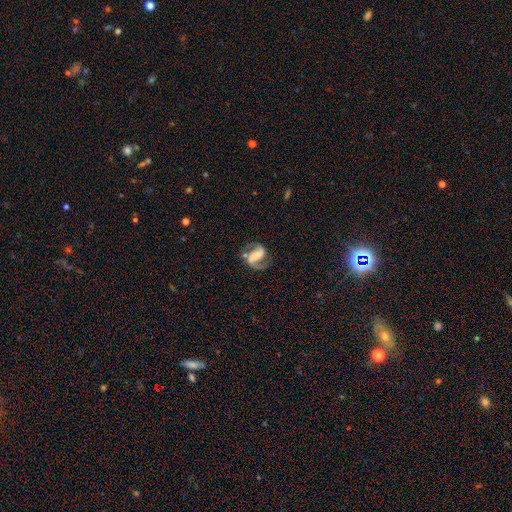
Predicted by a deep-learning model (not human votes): Smooth or featured? Predicted: featured or disk (p=0.85). Edge-on disk? Predicted: no (p=0.97). Bar? Predicted: strong (p=0.50). Spiral arms? Predicted: yes (p=0.95). Spiral winding? Predicted: medium (p=0.55). Spiral arm count? Predicted: 2 (p=0.90). Bulge size? Predicted: small (p=0.38). Merging? Predicted: none (p=0.72).